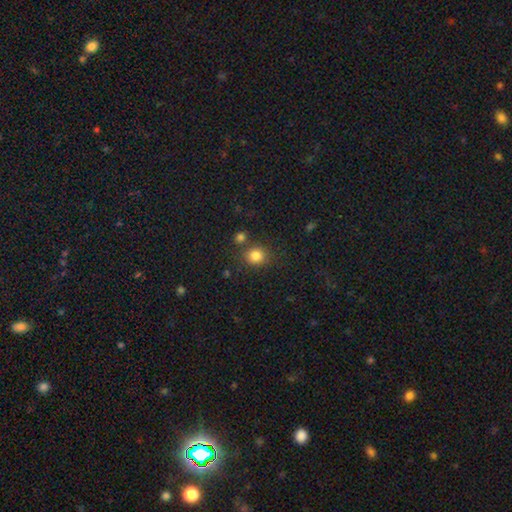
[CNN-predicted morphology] A smooth galaxy with no disk features (82%) that is round (81%).

Vote fractions:
- Smooth or featured? smooth: 82% / star or artifact: 12% / featured or disk: 5%
- How rounded? round: 81% / in between: 18% / cigar-shaped: 1%
- Merging? none: 75% / merger: 11% / minor disturbance: 10% / major disturbance: 4%